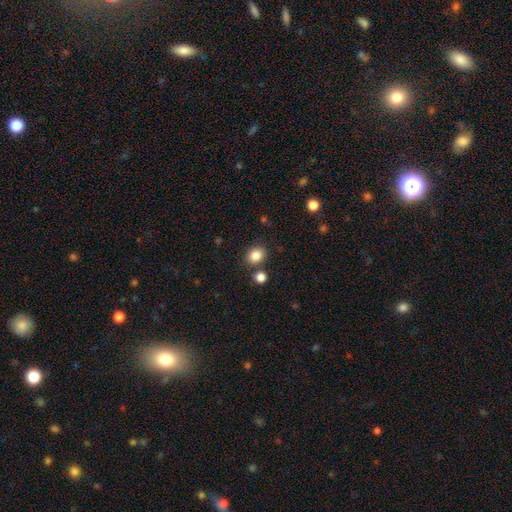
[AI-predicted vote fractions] Overall: smooth (85%). How rounded: round (65%; in between 34%). Merging: none (80%).